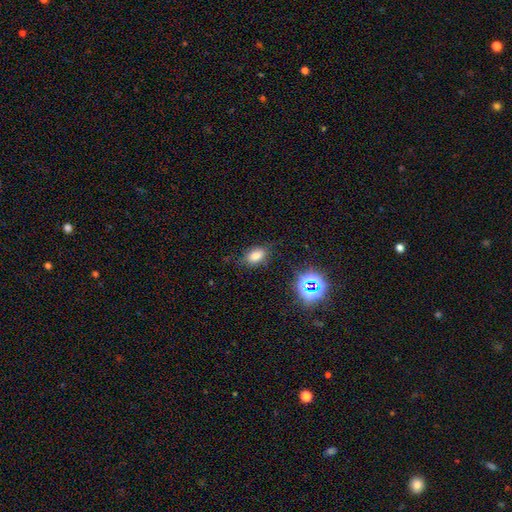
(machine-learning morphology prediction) type=smooth (75%); roundness=in between (86%); merging=none (78%).